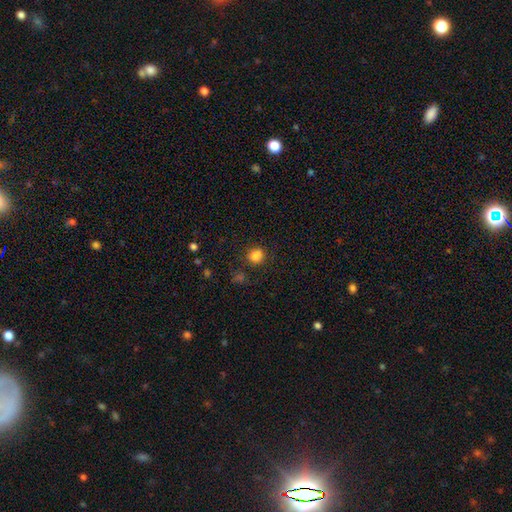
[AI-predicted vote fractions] A smooth galaxy with no disk features (83%) that is round (75%).

Vote fractions:
- Smooth or featured? smooth: 83% / star or artifact: 14% / featured or disk: 4%
- How rounded? round: 75% / in between: 24% / cigar-shaped: 1%
- Merging? none: 78% / minor disturbance: 12% / merger: 5% / major disturbance: 4%